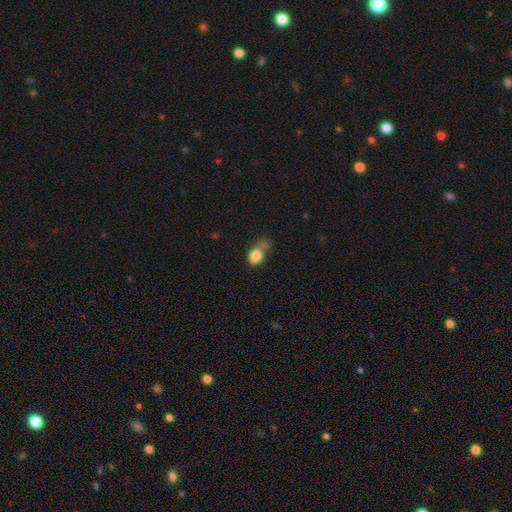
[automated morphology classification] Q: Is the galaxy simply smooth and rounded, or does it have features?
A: smooth — 82%.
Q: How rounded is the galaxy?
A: in between — 67%.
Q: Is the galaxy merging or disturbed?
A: none — 35%.